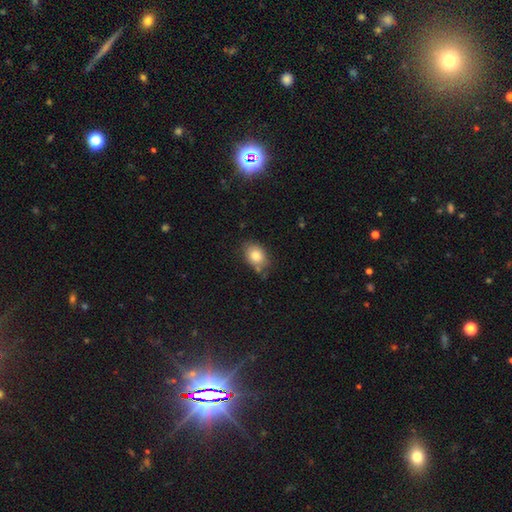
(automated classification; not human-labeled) Overall: smooth (82%). How rounded: in between (76%). Merging: none (72%).